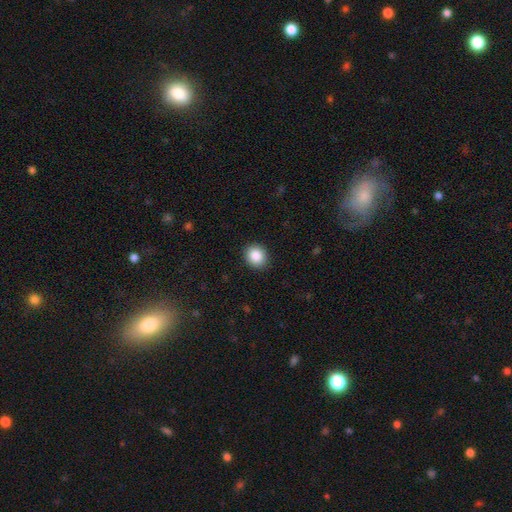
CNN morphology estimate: smooth 87%, star or artifact 9%, featured or disk 4%. Down the decision tree: how rounded — round (69%); merging — none (89%).